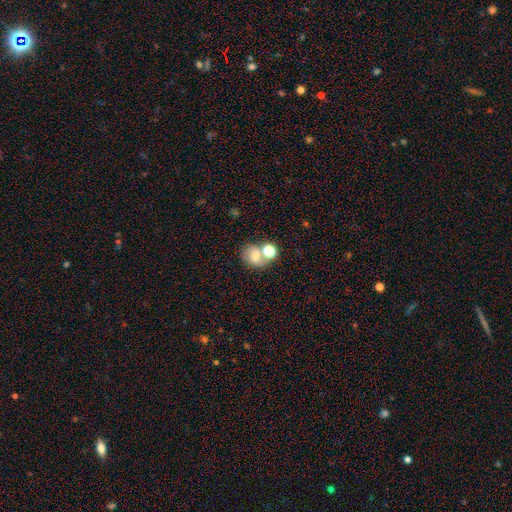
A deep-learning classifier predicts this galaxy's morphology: Overall: smooth (63%; featured or disk 24%). How rounded: round (62%; in between 37%). Merging: none (42%; merger 41%).